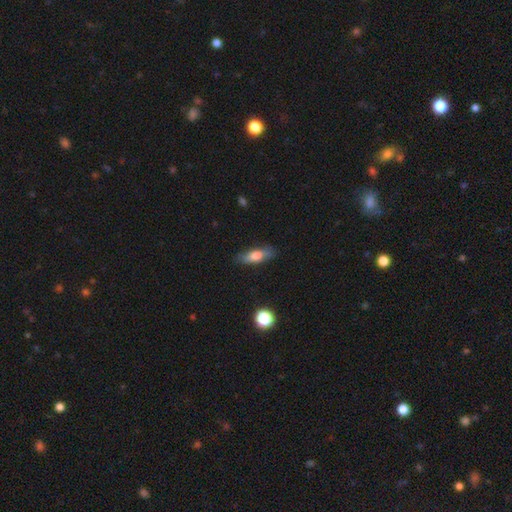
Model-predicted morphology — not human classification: This is likely a smooth galaxy (70%). How rounded: possibly in between (57%). Merging: clearly none (81%).